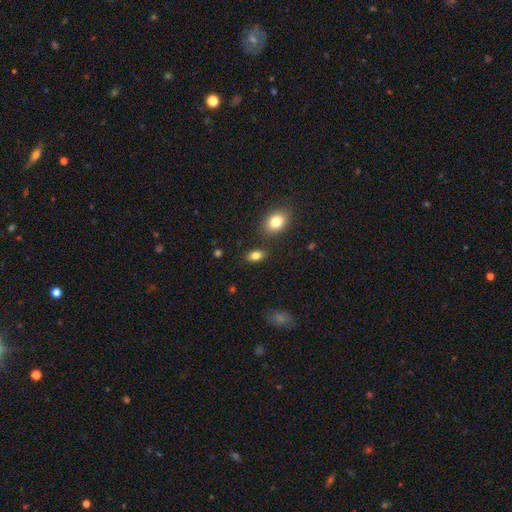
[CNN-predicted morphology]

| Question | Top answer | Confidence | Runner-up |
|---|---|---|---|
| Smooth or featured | smooth | 83% | star or artifact (9%) |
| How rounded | in between | 87% | round (11%) |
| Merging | none | 82% | minor disturbance (10%) |